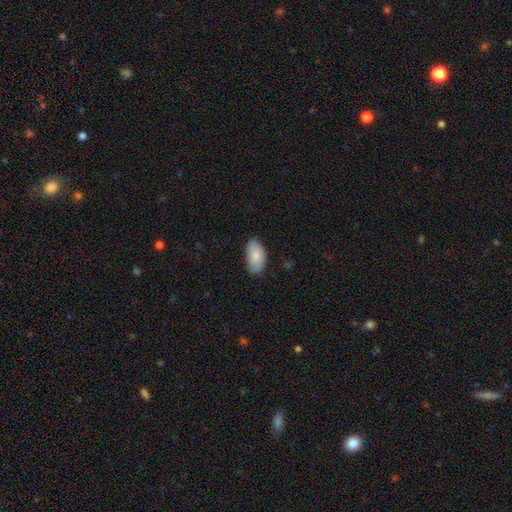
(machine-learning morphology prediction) A smooth galaxy with no disk features (82%) that is in between round and cigar-shaped (95%). Merging: none (67%).